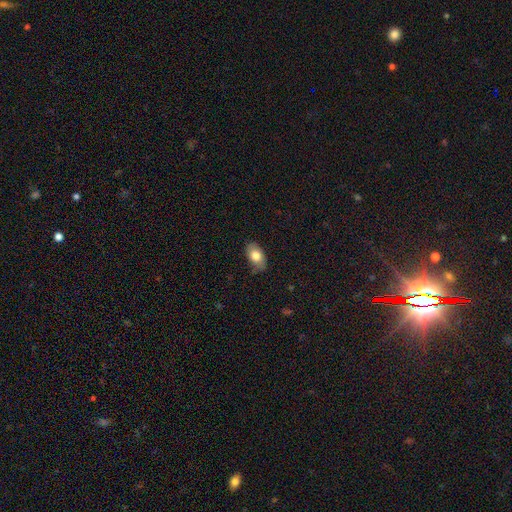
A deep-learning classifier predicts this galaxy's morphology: smooth_or_featured: smooth (p=0.78) [alt: featured or disk p=0.15]
how_rounded: in between (p=0.91) [alt: round p=0.08]
merging: none (p=0.74) [alt: minor disturbance p=0.21]